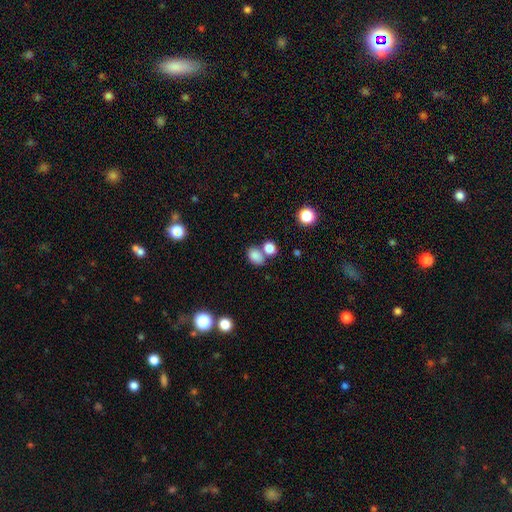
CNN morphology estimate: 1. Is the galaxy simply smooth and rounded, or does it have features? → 83% smooth, 11% star or artifact, 6% featured or disk.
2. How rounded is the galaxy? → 65% in between, 34% round, 1% cigar-shaped.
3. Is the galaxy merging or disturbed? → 49% none, 36% merger, 11% minor disturbance, 4% major disturbance.